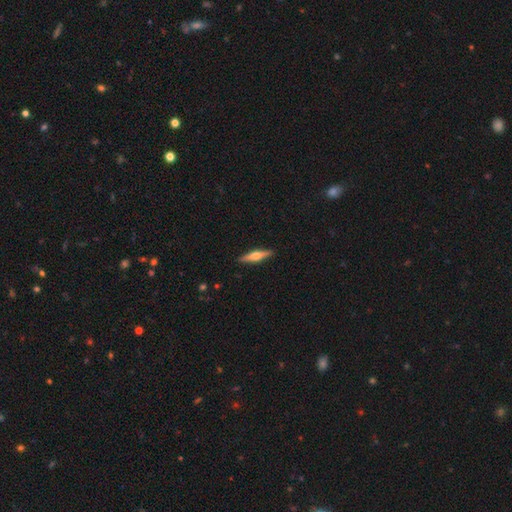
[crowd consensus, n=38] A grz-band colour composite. It shows a featured or disk galaxy (76%) viewed edge-on (100%) with a rounded central bulge (97%). Merging: none (92%).